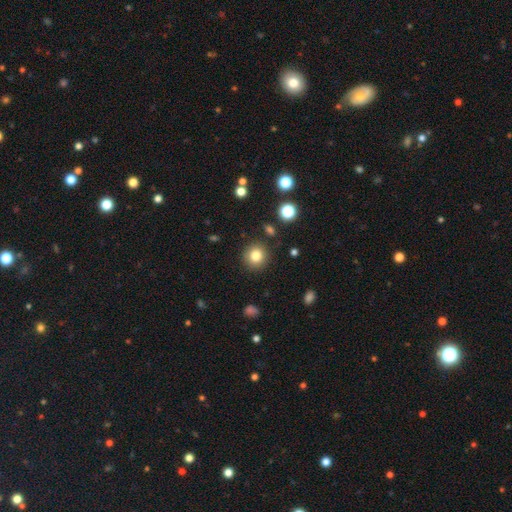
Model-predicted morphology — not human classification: Q: Smooth or featured?
A: smooth (82%); runner-up: star or artifact (11%)
Q: How rounded?
A: round (91%); runner-up: in between (8%)
Q: Merging?
A: none (88%); runner-up: minor disturbance (7%)